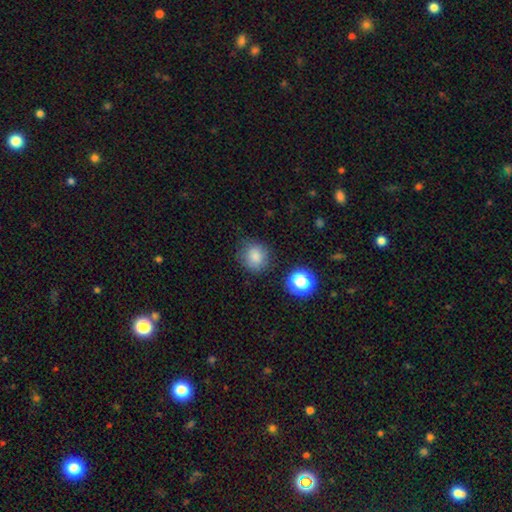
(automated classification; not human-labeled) Smooth or featured? smooth (83%)
How rounded? round (86%)
Merging? none (82%)